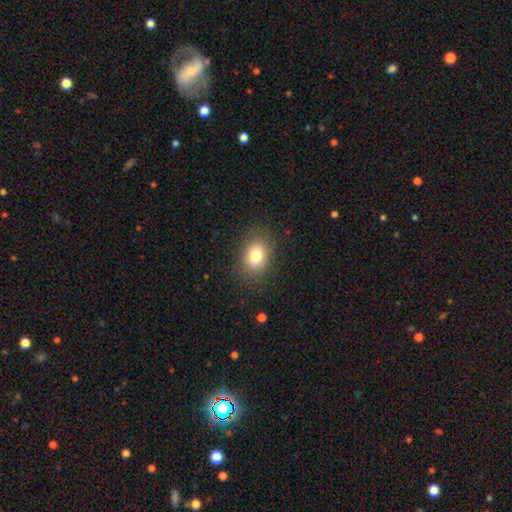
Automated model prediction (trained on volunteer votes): Morphology: type=smooth (80%); roundness=in between (68%); merging=none (85%).